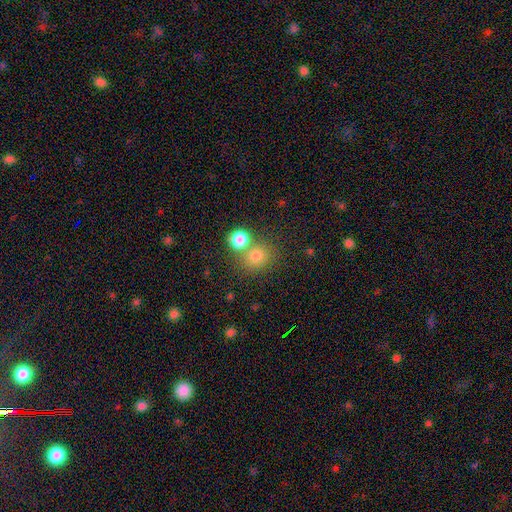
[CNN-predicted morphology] Overall: smooth (77%). How rounded: round (81%). Merging: none (54%; merger 34%).